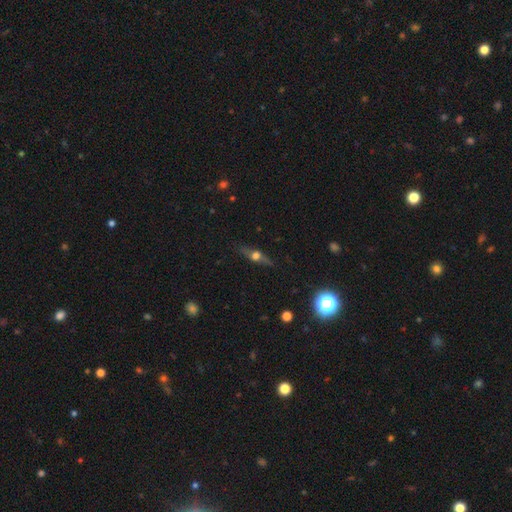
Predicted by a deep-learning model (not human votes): Smooth or featured?
  - featured or disk: 66% *
  - smooth: 24%
  - star or artifact: 10%
Edge-on disk?
  - yes: 94% *
  - no: 6%
Edge-on bulge?
  - rounded: 95% *
  - boxy: 3%
  - none: 2%
Merging?
  - none: 85% *
  - minor disturbance: 11%
  - major disturbance: 3%
  - merger: 2%